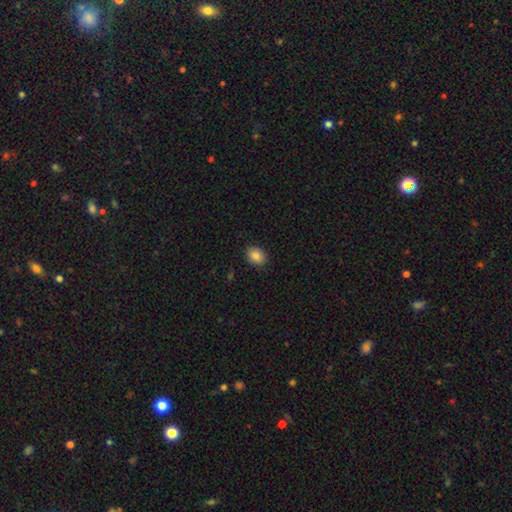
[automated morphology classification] This is clearly a smooth galaxy (85%). How rounded: possibly in between (55%). Merging: clearly none (89%).